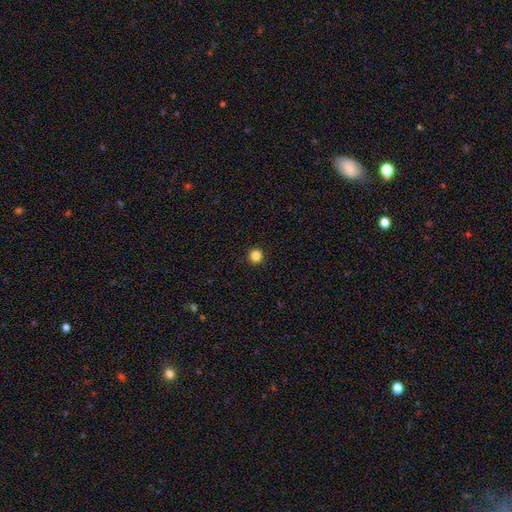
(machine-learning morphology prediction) smooth-or-featured: smooth: 85% | star or artifact: 12% | featured or disk: 3%
  how-rounded: round: 96% | in between: 3% | cigar-shaped: 1%
  merging: none: 94% | minor disturbance: 4% | major disturbance: 1% | merger: 1%